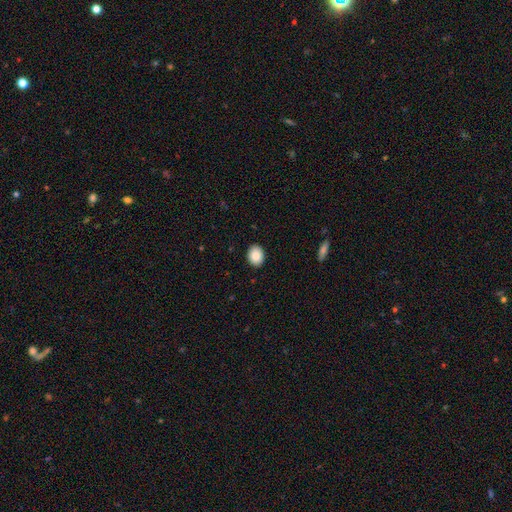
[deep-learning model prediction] This is clearly a smooth galaxy (88%). How rounded: likely in between (63%). Merging: clearly none (90%).